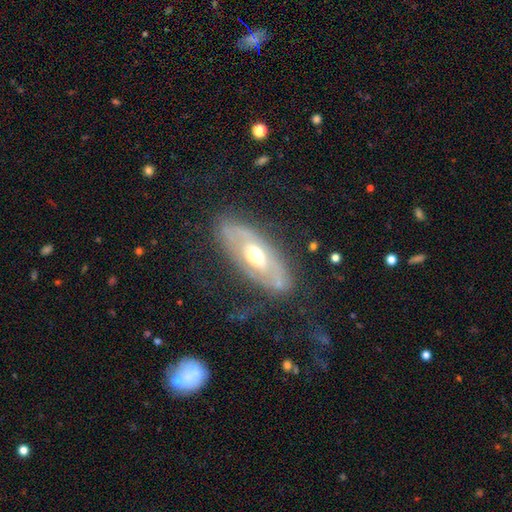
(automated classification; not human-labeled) Smooth or featured? Predicted: featured or disk (p=0.70). Edge-on disk? Predicted: no (p=0.77). Bar? Predicted: no (p=0.71). Spiral arms? Predicted: no (p=0.58). Bulge size? Predicted: moderate (p=0.70). Merging? Predicted: none (p=0.74).